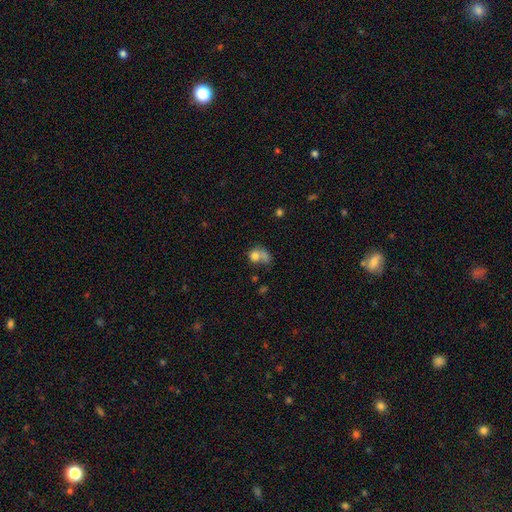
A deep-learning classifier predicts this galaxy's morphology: This is likely a smooth galaxy (73%). How rounded: possibly round (60%). Merging: marginally merger (43%).